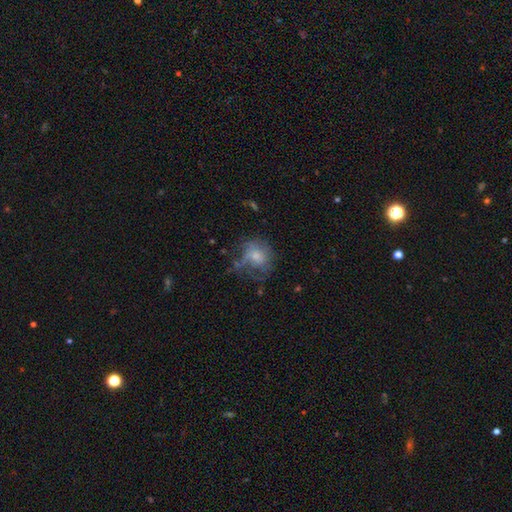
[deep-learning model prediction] Smooth or featured?
  - featured or disk: 47% *
  - smooth: 42%
  - star or artifact: 11%
Merging?
  - none: 41% *
  - major disturbance: 32%
  - minor disturbance: 24%
  - merger: 3%